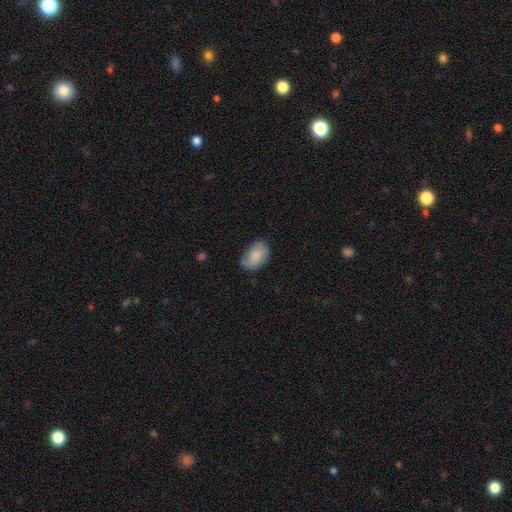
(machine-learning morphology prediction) Smooth or featured?
  - smooth: 79% *
  - featured or disk: 14%
  - star or artifact: 7%
How rounded?
  - in between: 88% *
  - round: 11%
  - cigar-shaped: 1%
Merging?
  - none: 57% *
  - minor disturbance: 31%
  - major disturbance: 9%
  - merger: 2%